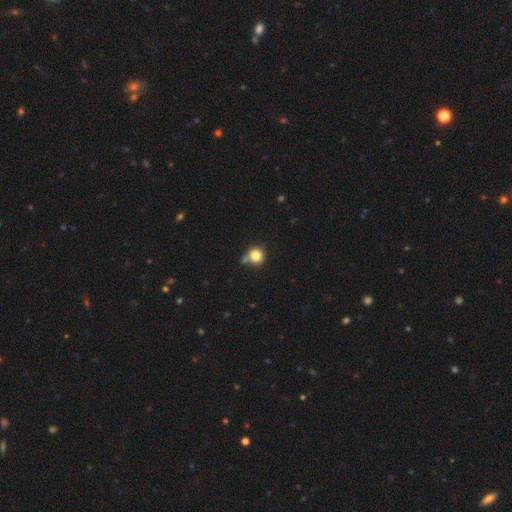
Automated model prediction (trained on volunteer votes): A smooth galaxy with no disk features (81%) that is round (90%). Merging: none (63%).